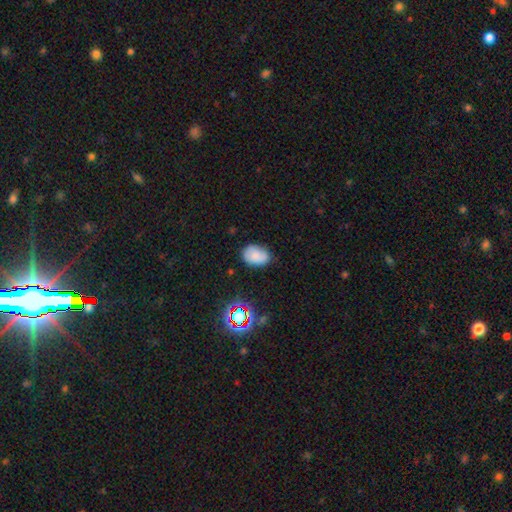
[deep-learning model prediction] Overall: smooth (80%). How rounded: in between (82%). Merging: none (74%).